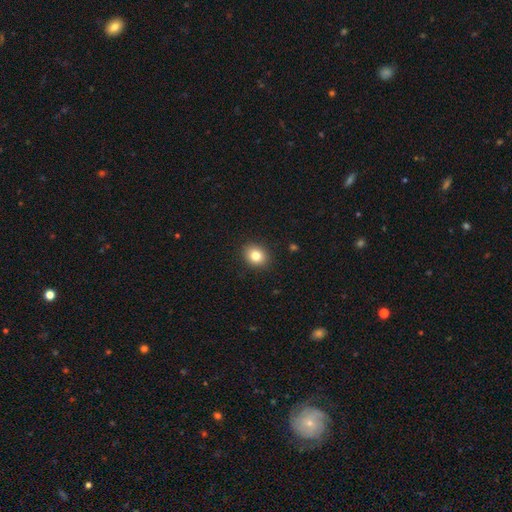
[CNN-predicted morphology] This is clearly a smooth galaxy (82%). How rounded: likely round (62%). Merging: clearly none (90%).